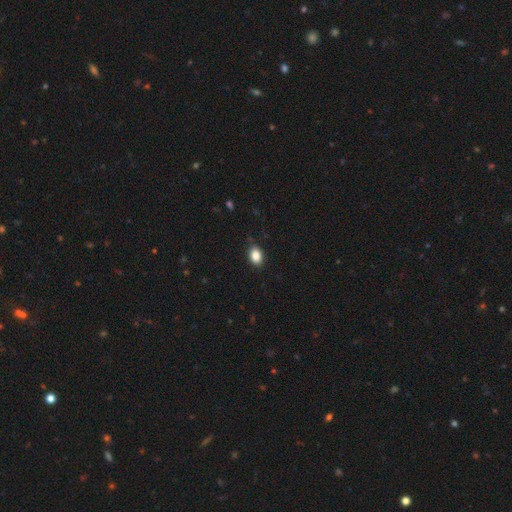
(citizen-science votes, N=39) Smooth or featured? smooth (90%)
How rounded? in between (89%)
Merging? none (83%)